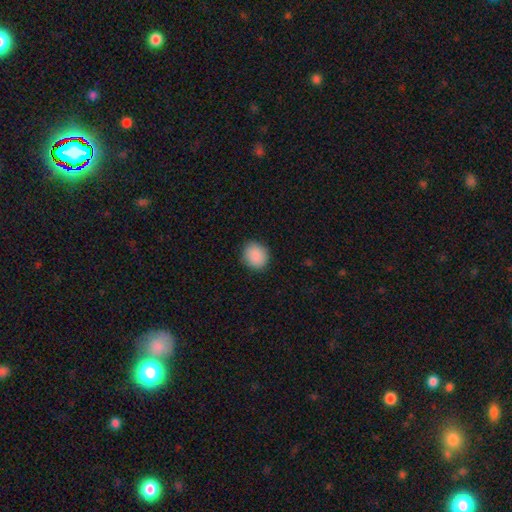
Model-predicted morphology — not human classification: type=smooth (89%); roundness=round (80%); merging=none (88%).